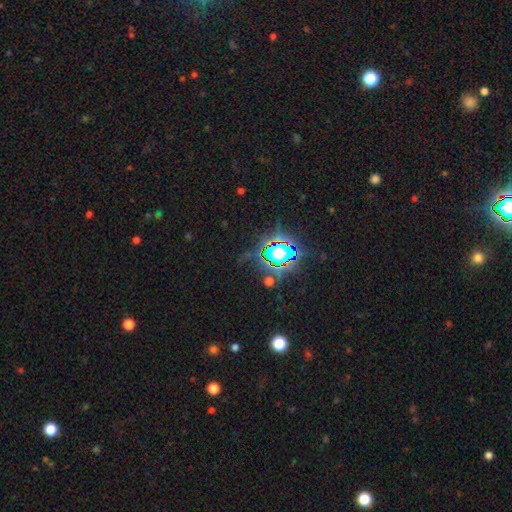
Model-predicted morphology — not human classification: Smooth or featured? star or artifact (80%)